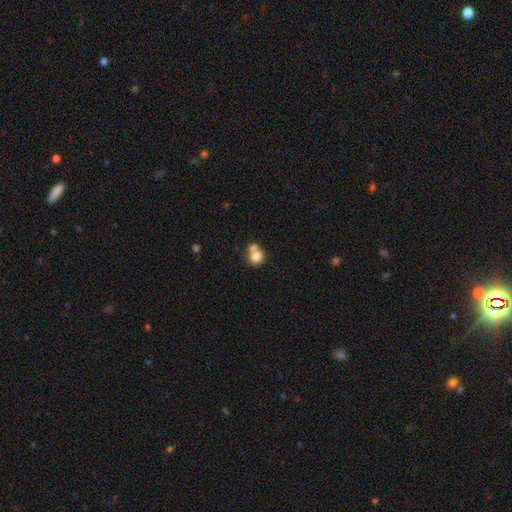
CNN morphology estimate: A smooth galaxy with no disk features (78%) that is round (79%).

Vote fractions:
- Smooth or featured? smooth: 78% / featured or disk: 12% / star or artifact: 10%
- How rounded? round: 79% / in between: 20% / cigar-shaped: 1%
- Merging? merger: 50% / none: 37% / minor disturbance: 9% / major disturbance: 4%